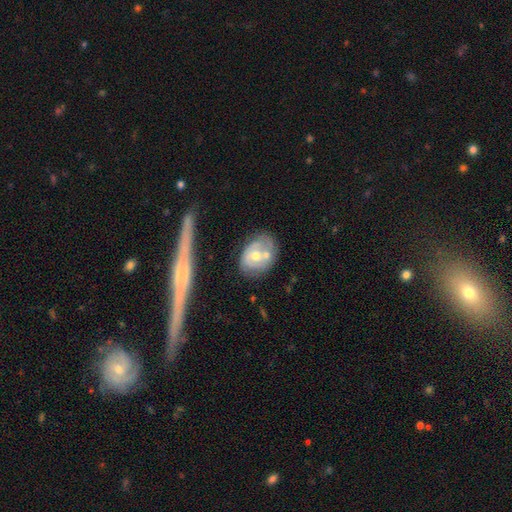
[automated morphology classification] Q: Smooth or featured?
A: featured or disk (53%); runner-up: smooth (40%)
Q: Edge-on disk?
A: no (89%); runner-up: yes (11%)
Q: Merging?
A: none (48%); runner-up: merger (26%)